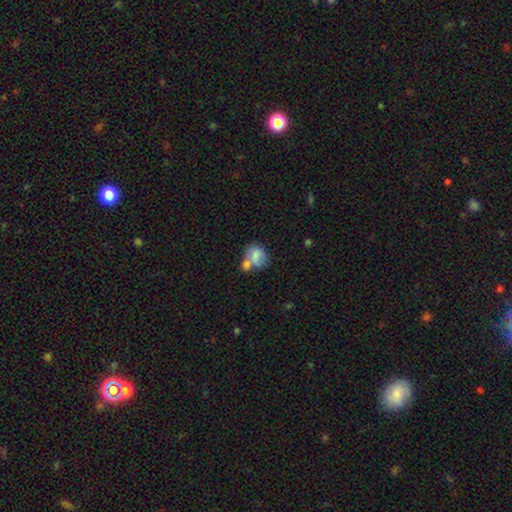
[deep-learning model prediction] Overall: smooth (74%). How rounded: in between (60%; round 38%). Merging: merger (55%; none 25%).